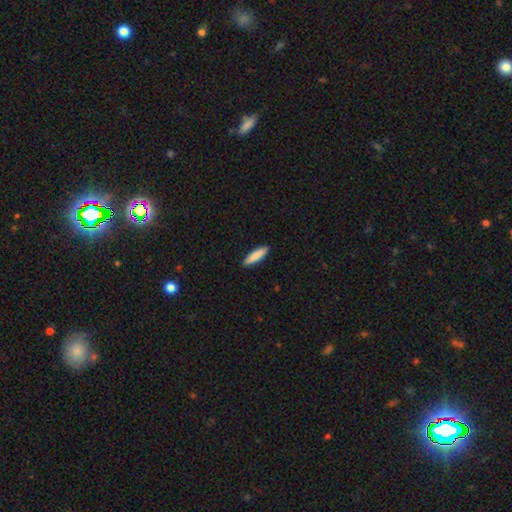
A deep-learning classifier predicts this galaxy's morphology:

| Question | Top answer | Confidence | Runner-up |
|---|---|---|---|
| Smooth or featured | smooth | 85% | featured or disk (9%) |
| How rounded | cigar-shaped | 79% | in between (20%) |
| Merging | none | 91% | minor disturbance (7%) |